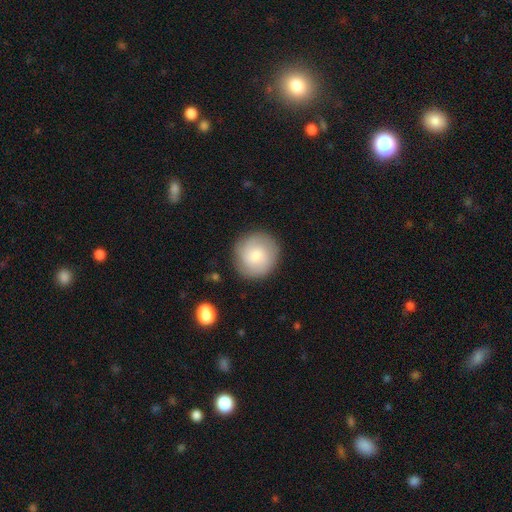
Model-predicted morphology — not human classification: smooth_or_featured: smooth (p=0.65) [alt: featured or disk p=0.28]
how_rounded: round (p=0.94) [alt: in between p=0.05]
merging: none (p=0.86) [alt: minor disturbance p=0.09]